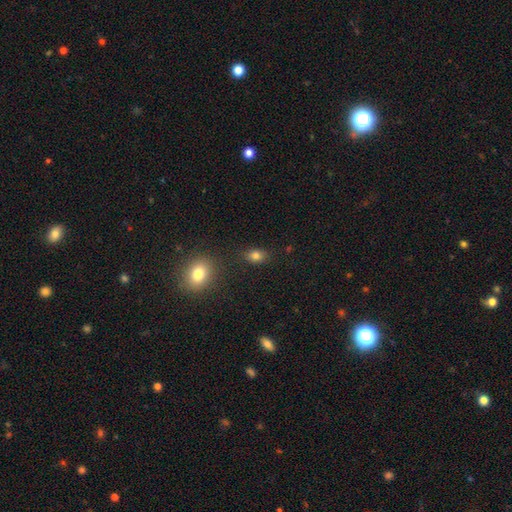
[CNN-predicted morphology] Smooth or featured? Predicted: smooth (p=0.81). How rounded? Predicted: in between (p=0.70). Merging? Predicted: none (p=0.83).